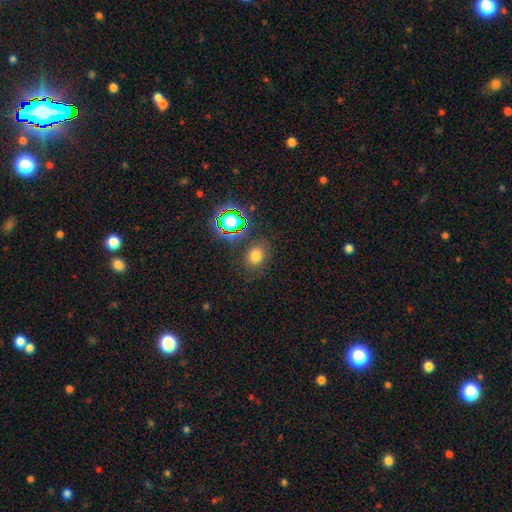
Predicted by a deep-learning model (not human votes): Smooth or featured: smooth — 68% (star or artifact — 23%)
How rounded: round — 52% (in between — 47%)
Merging: none — 79% (minor disturbance — 12%)